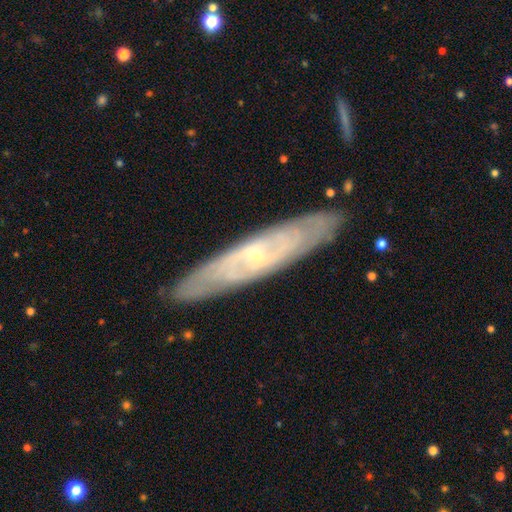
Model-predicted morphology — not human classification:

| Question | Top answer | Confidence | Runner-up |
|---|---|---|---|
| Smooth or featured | featured or disk | 73% | smooth (20%) |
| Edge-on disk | no | 56% | yes (44%) |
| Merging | none | 85% | minor disturbance (11%) |